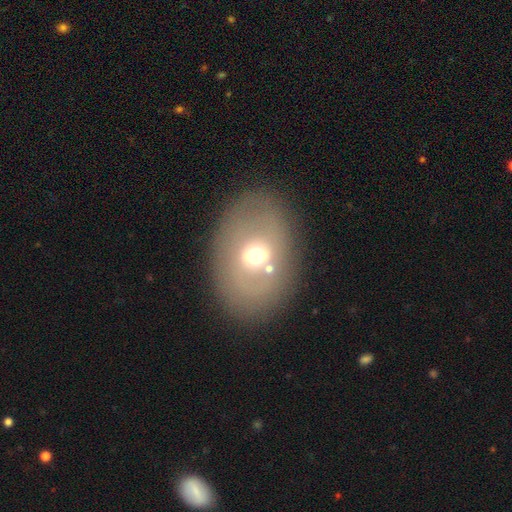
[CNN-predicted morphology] Smooth or featured: smooth — 45% (featured or disk — 44%)
Merging: none — 77% (minor disturbance — 12%)